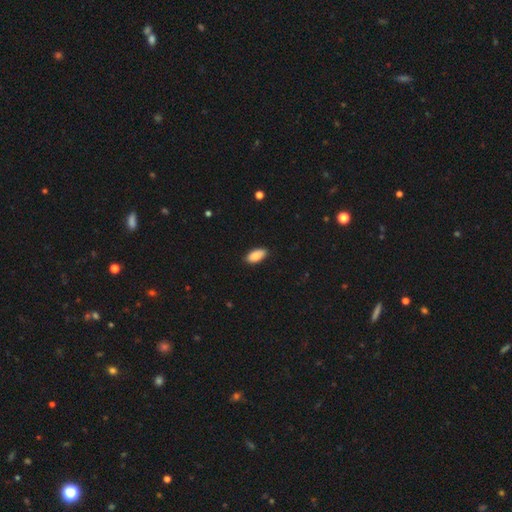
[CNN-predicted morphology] Smooth or featured?
  - smooth: 86% *
  - featured or disk: 8%
  - star or artifact: 6%
How rounded?
  - in between: 92% *
  - cigar-shaped: 6%
  - round: 2%
Merging?
  - none: 88% *
  - minor disturbance: 9%
  - major disturbance: 2%
  - merger: 1%